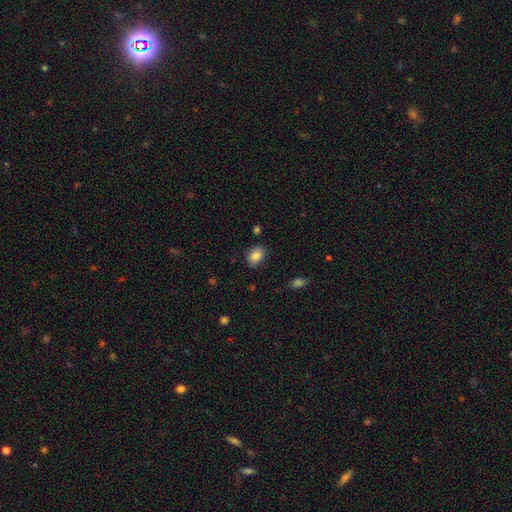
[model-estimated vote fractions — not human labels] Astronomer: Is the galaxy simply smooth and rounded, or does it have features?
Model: smooth — 86%.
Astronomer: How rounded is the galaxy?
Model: in between — 73%.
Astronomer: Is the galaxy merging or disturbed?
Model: none — 84%.